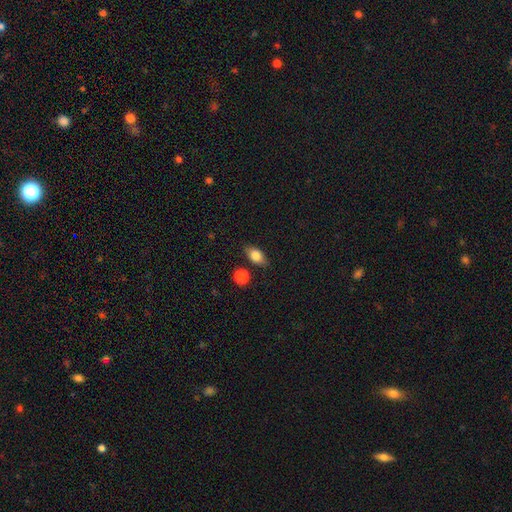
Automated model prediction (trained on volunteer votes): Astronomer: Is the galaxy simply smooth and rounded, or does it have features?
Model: smooth — 78%.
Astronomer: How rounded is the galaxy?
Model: in between — 82%.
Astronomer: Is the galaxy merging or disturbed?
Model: none — 80%.